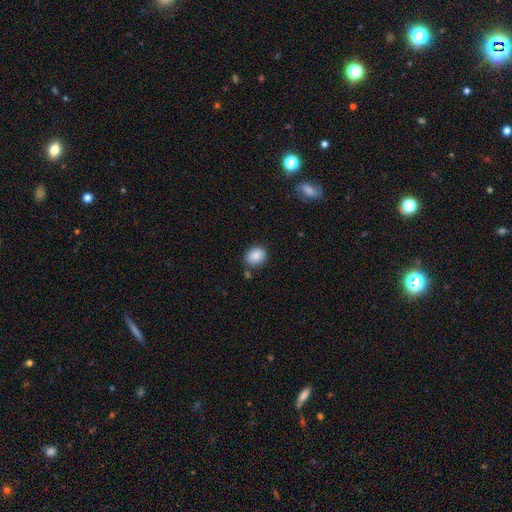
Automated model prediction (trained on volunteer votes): This is clearly a smooth galaxy (87%). How rounded: possibly round (50%). Merging: likely none (79%).